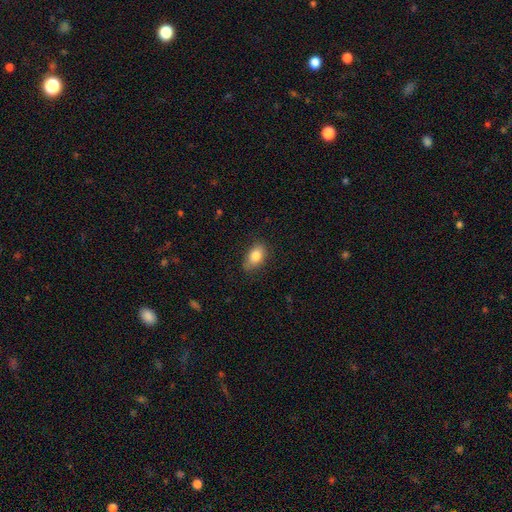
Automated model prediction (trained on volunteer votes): smooth_or_featured: smooth (p=0.83) [alt: featured or disk p=0.09]
how_rounded: in between (p=0.89) [alt: round p=0.09]
merging: none (p=0.77) [alt: minor disturbance p=0.18]